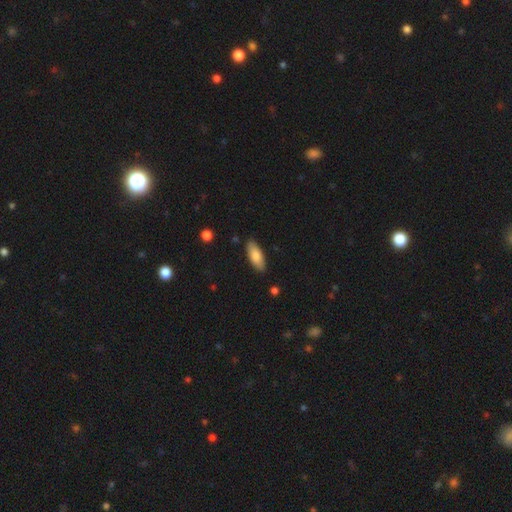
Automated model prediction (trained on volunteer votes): Smooth or featured? Predicted: smooth (p=0.82). How rounded? Predicted: in between (p=0.74). Merging? Predicted: none (p=0.86).